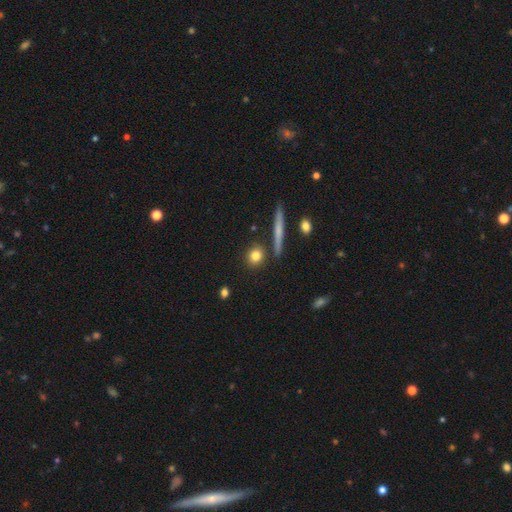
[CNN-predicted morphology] This appears to be a smooth galaxy with no disk features (81%) that is round (78%). Merging: none (83%).